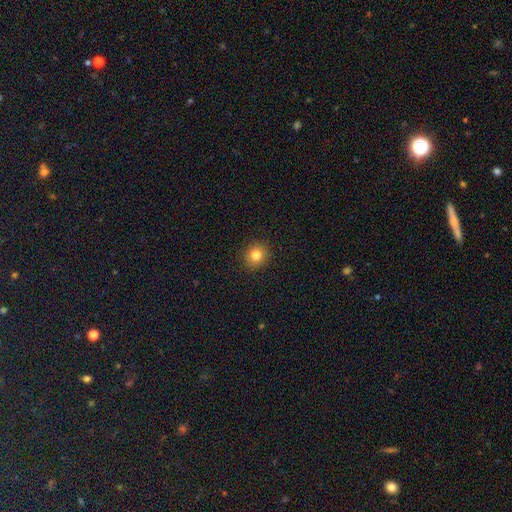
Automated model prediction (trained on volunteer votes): Smooth or featured? smooth (82%)
How rounded? round (84%)
Merging? none (91%)